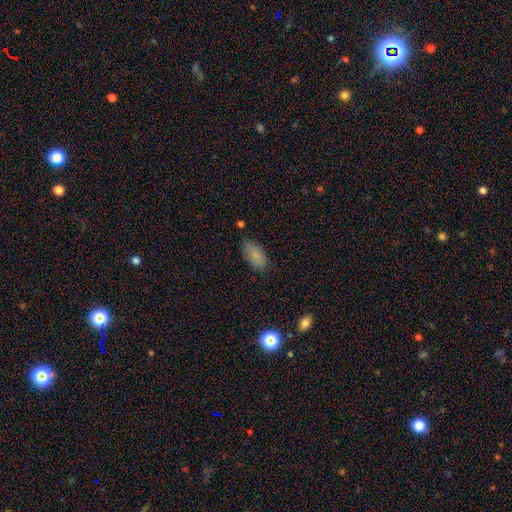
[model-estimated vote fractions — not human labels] Q: Smooth or featured?
A: smooth (81%); runner-up: featured or disk (10%)
Q: How rounded?
A: in between (92%); runner-up: cigar-shaped (4%)
Q: Merging?
A: none (79%); runner-up: minor disturbance (16%)